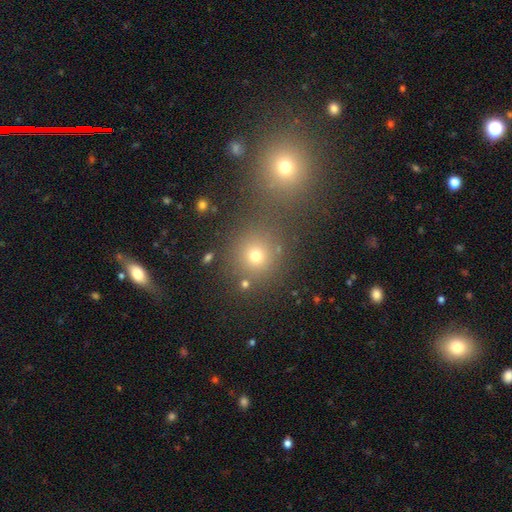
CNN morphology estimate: Smooth or featured: smooth — 70% (star or artifact — 20%)
How rounded: round — 88% (in between — 11%)
Merging: none — 70% (merger — 17%)